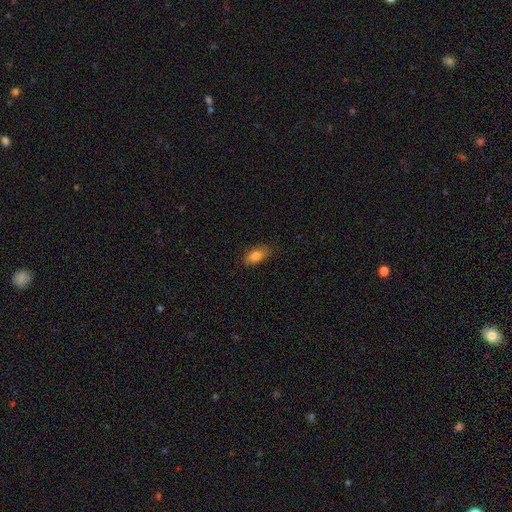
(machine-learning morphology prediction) Smooth or featured? smooth (82%)
How rounded? in between (88%)
Merging? none (79%)